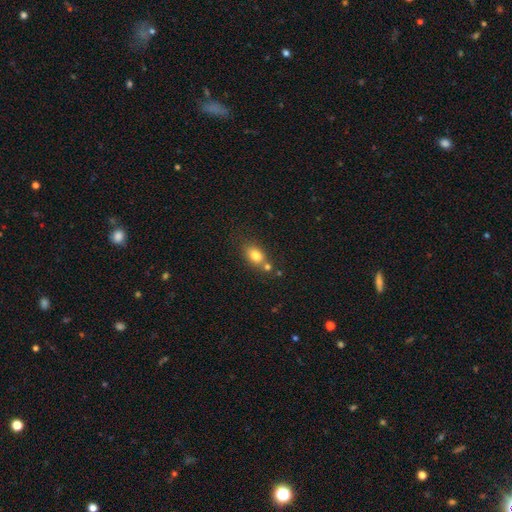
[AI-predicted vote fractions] smooth_or_featured: smooth (p=0.80) [alt: featured or disk p=0.10]
how_rounded: in between (p=0.74) [alt: round p=0.24]
merging: none (p=0.57) [alt: merger p=0.26]